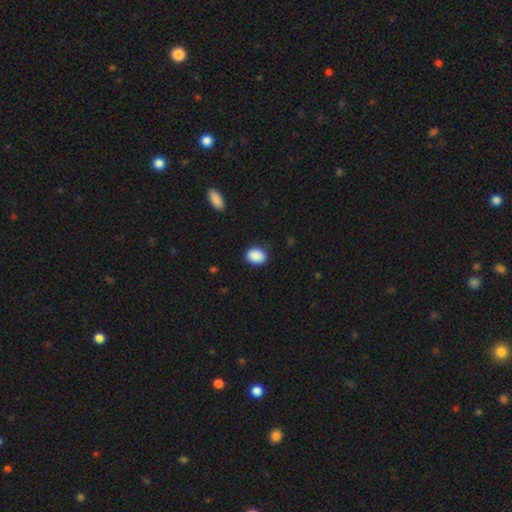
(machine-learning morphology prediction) smooth_or_featured: smooth (p=0.90) [alt: star or artifact p=0.07]
how_rounded: in between (p=0.65) [alt: round p=0.34]
merging: none (p=0.86) [alt: minor disturbance p=0.11]